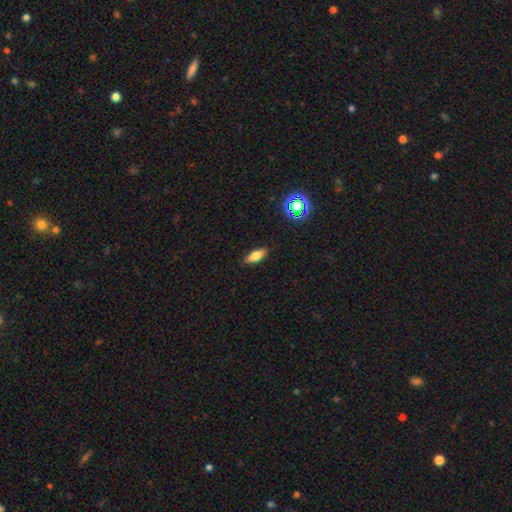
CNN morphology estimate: Smooth or featured: smooth — 76% (featured or disk — 14%)
How rounded: in between — 73% (cigar-shaped — 24%)
Merging: none — 88% (minor disturbance — 9%)